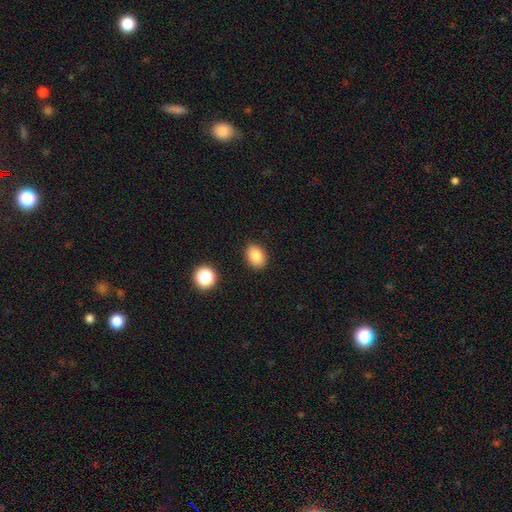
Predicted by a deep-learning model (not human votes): Smooth or featured?
  - smooth: 86% *
  - star or artifact: 9%
  - featured or disk: 5%
How rounded?
  - in between: 75% *
  - round: 24%
  - cigar-shaped: 1%
Merging?
  - none: 88% *
  - minor disturbance: 8%
  - major disturbance: 2%
  - merger: 2%